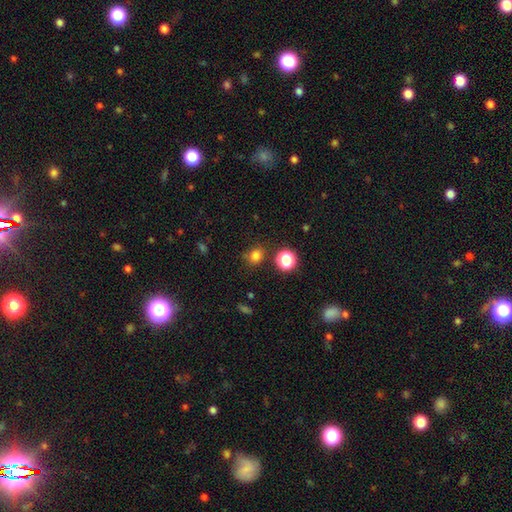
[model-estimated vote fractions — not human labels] This is likely a smooth galaxy (78%). How rounded: likely round (76%). Merging: likely none (76%).